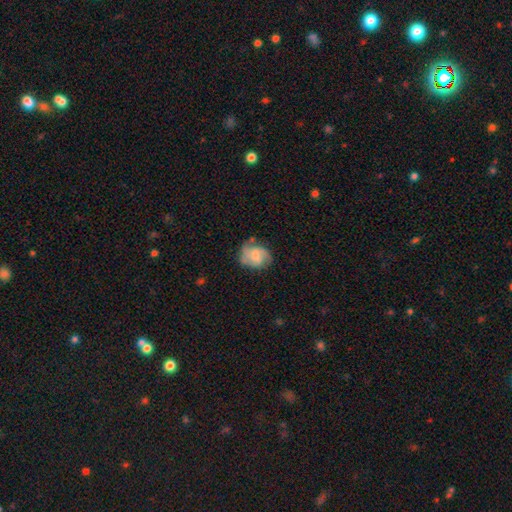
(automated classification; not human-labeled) Overall: featured or disk (50%; smooth 42%). Edge-on disk: no (97%). Merging: none (56%; minor disturbance 28%).